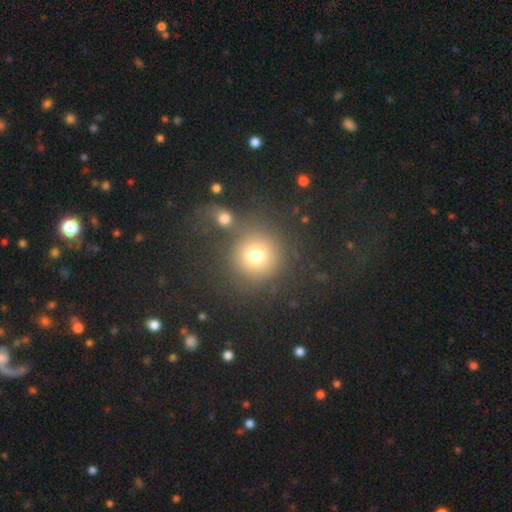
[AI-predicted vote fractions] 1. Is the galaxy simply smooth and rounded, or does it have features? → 73% smooth, 15% star or artifact, 12% featured or disk.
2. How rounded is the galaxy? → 92% round, 7% in between, 1% cigar-shaped.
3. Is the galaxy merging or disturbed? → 65% none, 20% merger, 9% minor disturbance, 6% major disturbance.